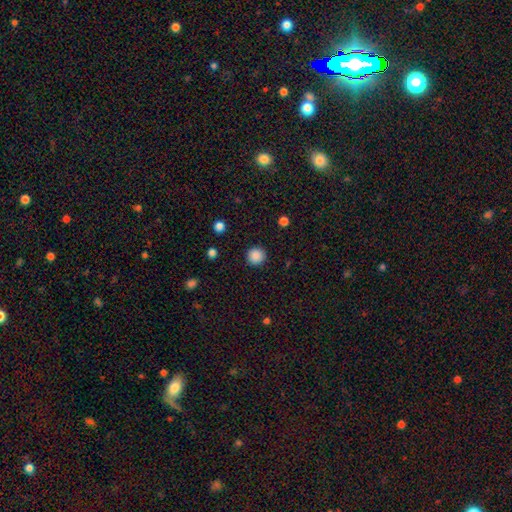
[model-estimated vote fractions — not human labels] This appears to be a smooth galaxy with no disk features (87%) that is round (95%). Merging: none (92%).